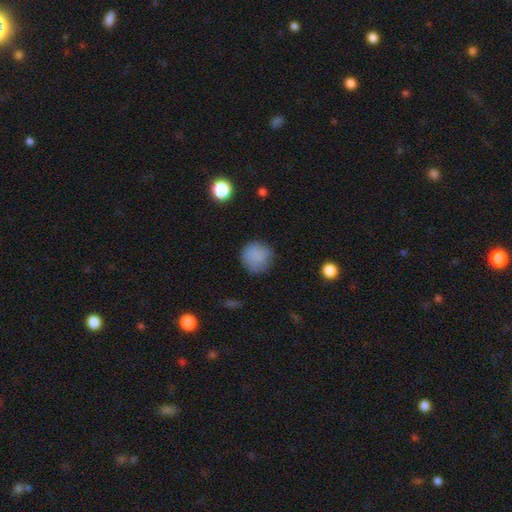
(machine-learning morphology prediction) Smooth or featured? smooth (85%)
How rounded? round (92%)
Merging? none (79%)